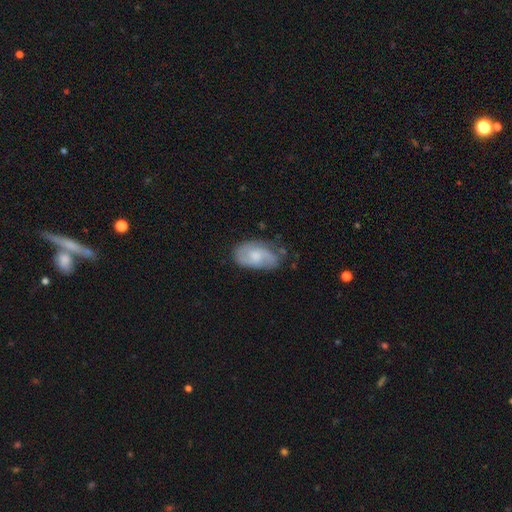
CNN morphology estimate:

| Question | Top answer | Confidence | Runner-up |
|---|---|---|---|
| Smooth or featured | featured or disk | 59% | smooth (34%) |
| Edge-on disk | no | 96% | yes (4%) |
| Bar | no | 62% | weak (34%) |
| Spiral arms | yes | 86% | no (14%) |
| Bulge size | moderate | 50% | small (33%) |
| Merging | none | 62% | minor disturbance (27%) |